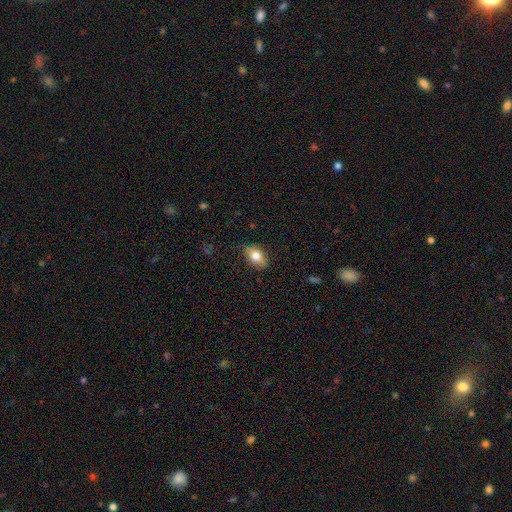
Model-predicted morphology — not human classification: Overall: smooth (76%). How rounded: in between (83%). Merging: none (78%).